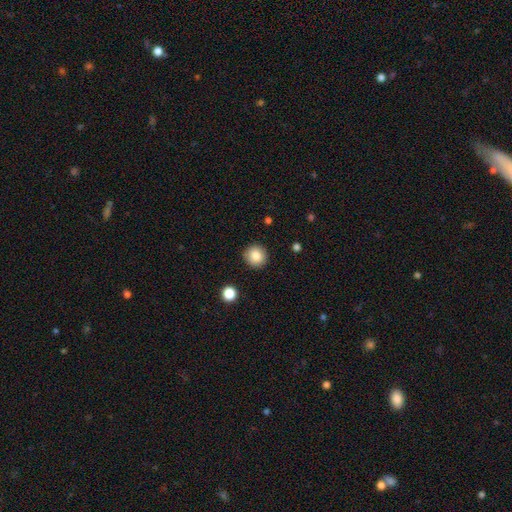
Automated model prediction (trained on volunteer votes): Smooth or featured? smooth (84%)
How rounded? round (95%)
Merging? none (91%)